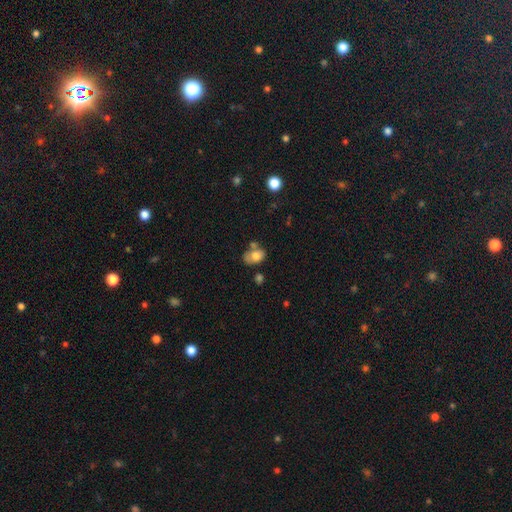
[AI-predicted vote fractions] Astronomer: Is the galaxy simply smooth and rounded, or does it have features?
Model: smooth — 72%.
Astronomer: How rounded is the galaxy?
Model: in between — 78%.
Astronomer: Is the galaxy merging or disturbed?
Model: none — 42% (runner-up: merger, 25%).